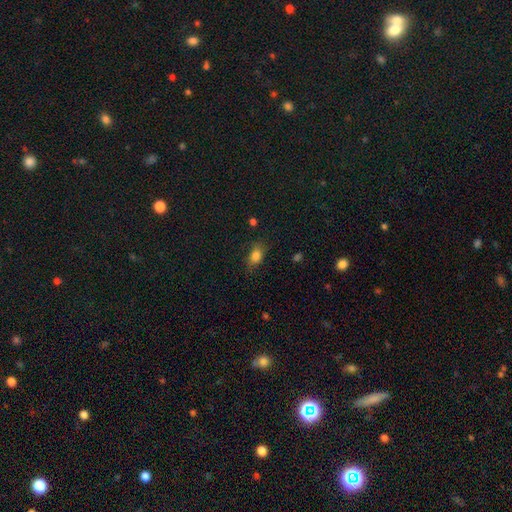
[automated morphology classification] type=smooth (82%); roundness=in between (79%); merging=none (75%).